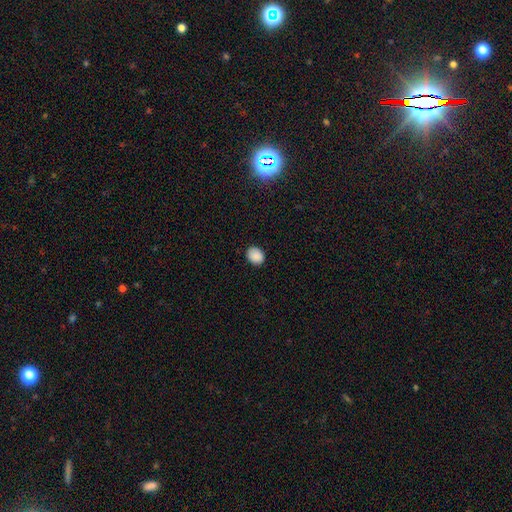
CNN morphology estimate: type=smooth (88%); roundness=round (55%); merging=none (88%).